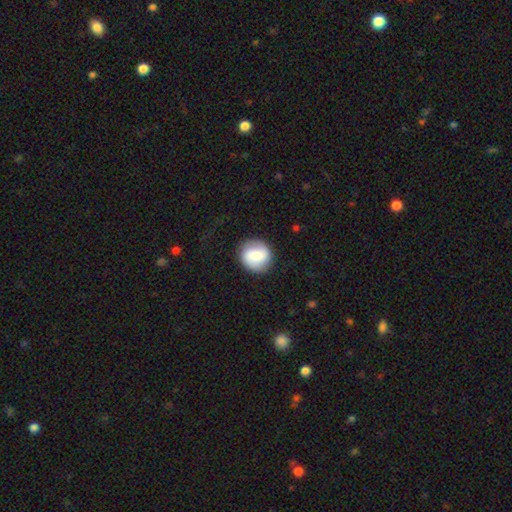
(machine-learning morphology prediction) type=smooth (67%); roundness=round (89%); merging=none (85%).